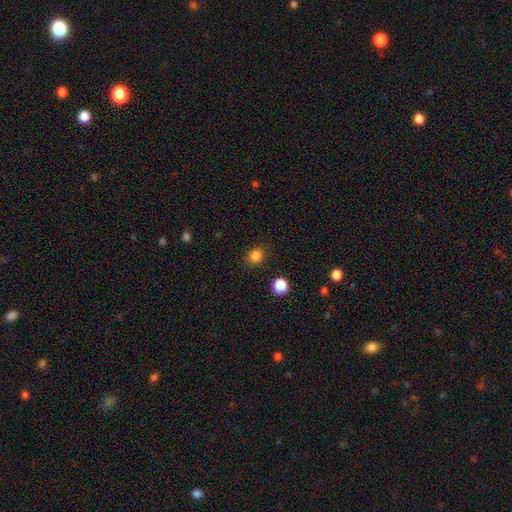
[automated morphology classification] type=smooth (84%); roundness=round (62%); merging=none (86%).